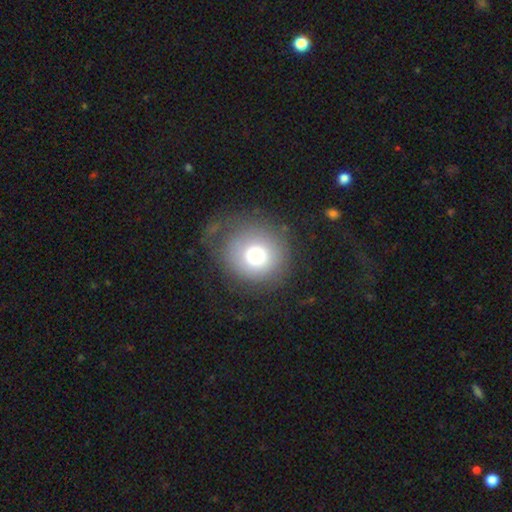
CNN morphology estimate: type=smooth (68%); roundness=round (87%); merging=none (60%).